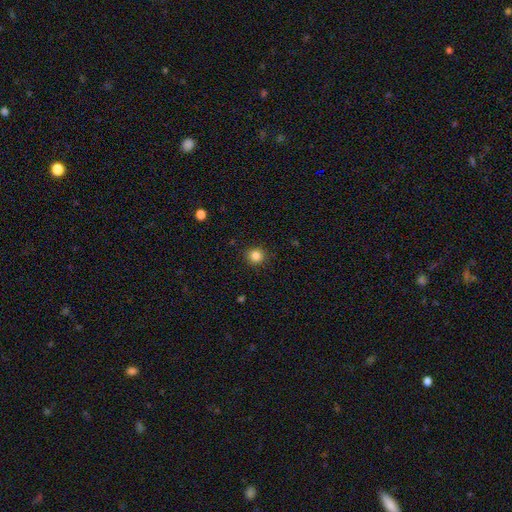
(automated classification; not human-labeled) smooth_or_featured: smooth (p=0.85) [alt: star or artifact p=0.11]
how_rounded: round (p=0.92) [alt: in between p=0.07]
merging: none (p=0.91) [alt: minor disturbance p=0.06]